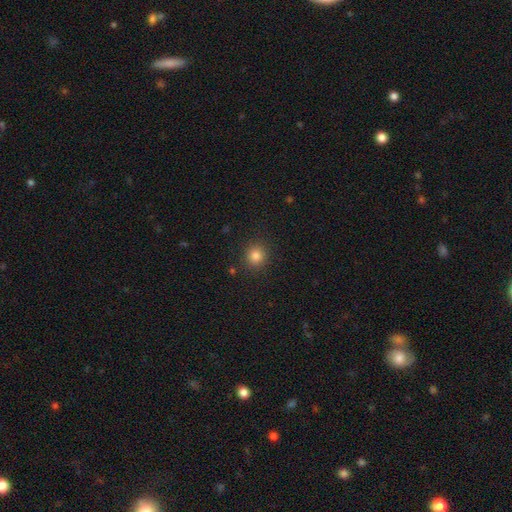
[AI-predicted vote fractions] Smooth or featured?
  - smooth: 82% *
  - star or artifact: 13%
  - featured or disk: 5%
How rounded?
  - round: 89% *
  - in between: 10%
  - cigar-shaped: 1%
Merging?
  - none: 90% *
  - minor disturbance: 7%
  - major disturbance: 2%
  - merger: 1%